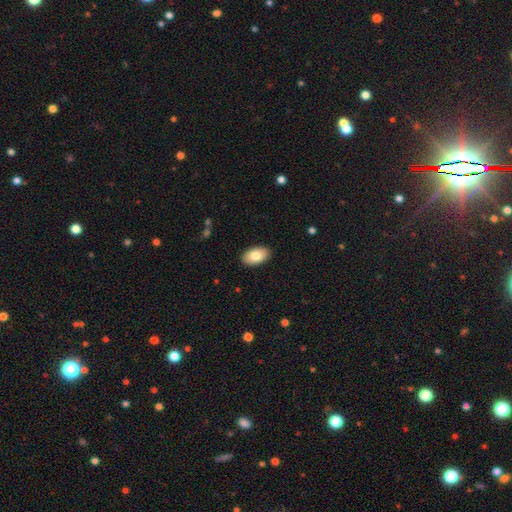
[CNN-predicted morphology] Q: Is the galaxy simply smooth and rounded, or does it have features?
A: smooth — 81%.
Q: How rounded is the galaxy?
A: in between — 94%.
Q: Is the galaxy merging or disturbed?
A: none — 90%.